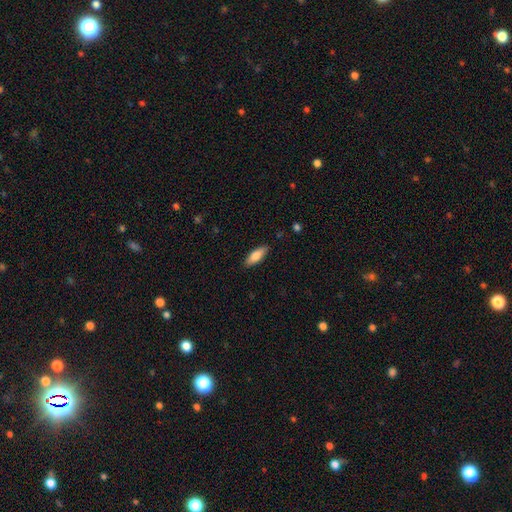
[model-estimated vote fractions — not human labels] This is likely a smooth galaxy (79%). How rounded: likely in between (63%). Merging: clearly none (87%).